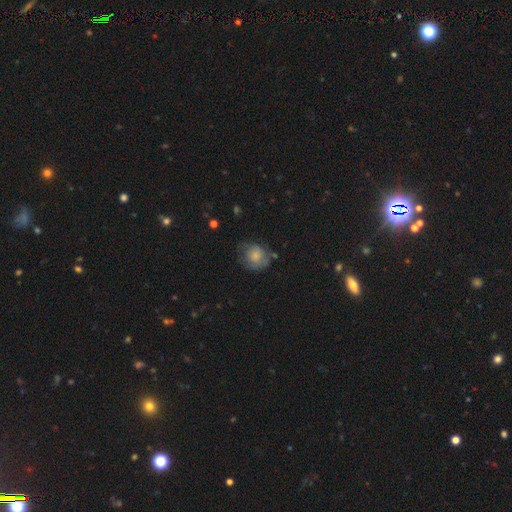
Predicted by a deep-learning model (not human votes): smooth 67%, featured or disk 25%, star or artifact 9%. Down the decision tree: how rounded — round (72%); merging — none (52%).